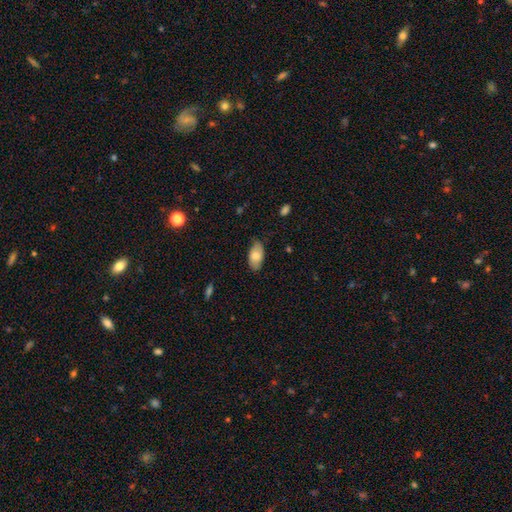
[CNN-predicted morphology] Smooth or featured? Predicted: smooth (p=0.77). How rounded? Predicted: in between (p=0.94). Merging? Predicted: none (p=0.76).